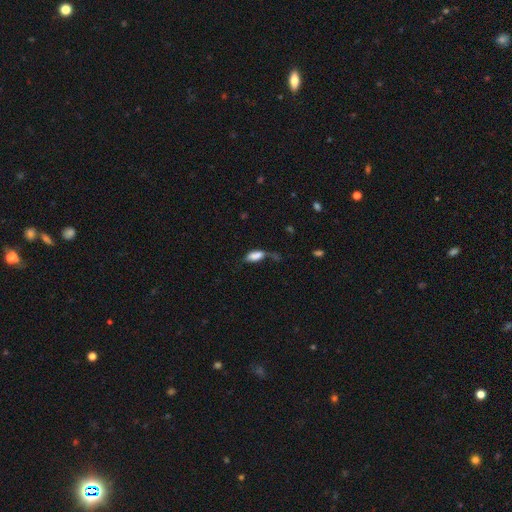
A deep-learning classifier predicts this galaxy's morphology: Smooth or featured? smooth (76%)
How rounded? in between (84%)
Merging? major disturbance (30%)